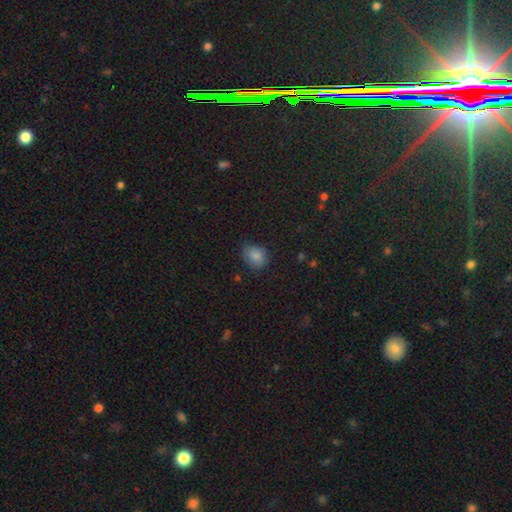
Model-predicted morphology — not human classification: A smooth galaxy with no disk features (85%) that is round (57%).

Vote fractions:
- Smooth or featured? smooth: 85% / star or artifact: 10% / featured or disk: 5%
- How rounded? round: 57% / in between: 42% / cigar-shaped: 1%
- Merging? none: 75% / minor disturbance: 20% / major disturbance: 4% / merger: 1%